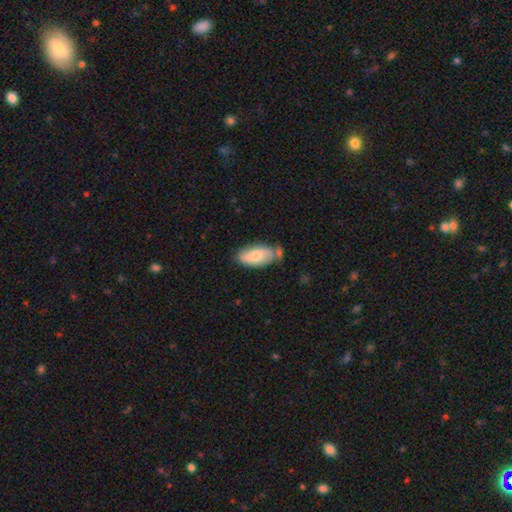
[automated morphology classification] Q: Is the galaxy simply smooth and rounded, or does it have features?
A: smooth — 70%.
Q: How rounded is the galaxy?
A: in between — 92%.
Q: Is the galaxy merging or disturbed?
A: none — 53%.